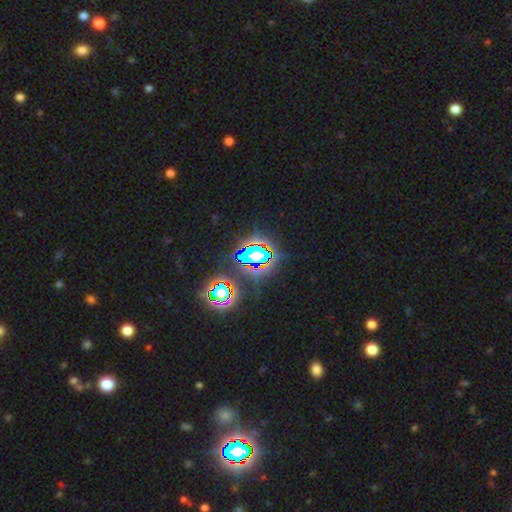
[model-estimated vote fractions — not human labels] smooth-or-featured: star or artifact: 66% | smooth: 18% | featured or disk: 17%